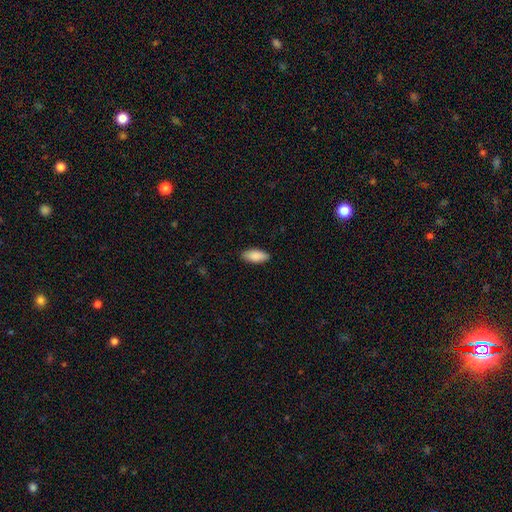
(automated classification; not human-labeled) Smooth or featured: smooth — 89% (star or artifact — 6%)
How rounded: in between — 86% (cigar-shaped — 12%)
Merging: none — 88% (minor disturbance — 9%)